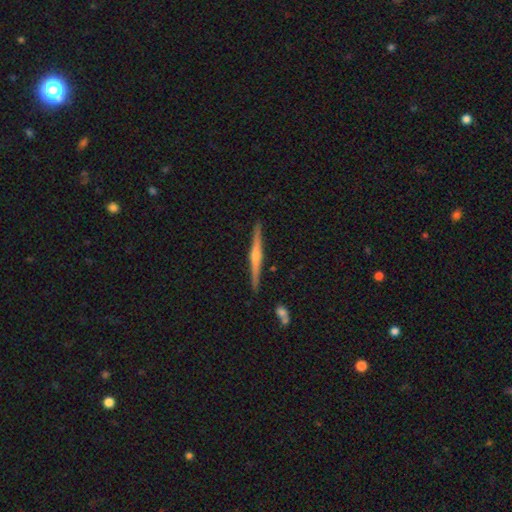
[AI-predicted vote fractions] Smooth or featured?
  - featured or disk: 79% *
  - smooth: 15%
  - star or artifact: 6%
Edge-on disk?
  - yes: 98% *
  - no: 2%
Edge-on bulge?
  - rounded: 86% *
  - none: 8%
  - boxy: 6%
Merging?
  - none: 91% *
  - minor disturbance: 6%
  - merger: 2%
  - major disturbance: 1%